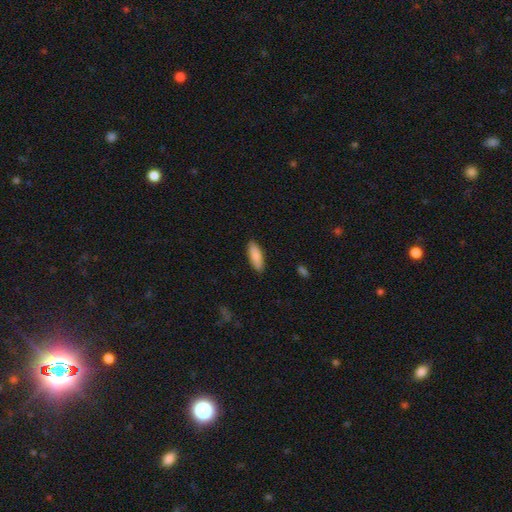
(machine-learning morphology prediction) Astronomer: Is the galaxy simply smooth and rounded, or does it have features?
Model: smooth — 88%.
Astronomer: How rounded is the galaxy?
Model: in between — 62% (runner-up: cigar-shaped, 37%).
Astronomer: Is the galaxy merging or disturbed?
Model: none — 88%.